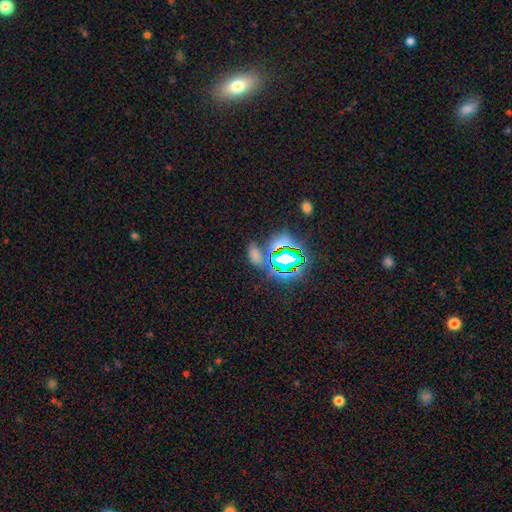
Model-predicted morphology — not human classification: star or artifact 48%, smooth 43%, featured or disk 10%.